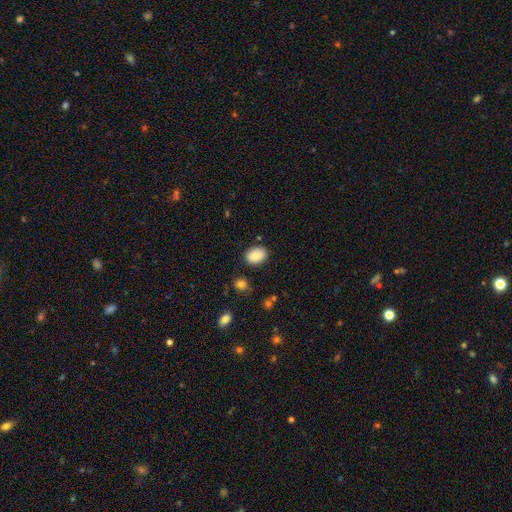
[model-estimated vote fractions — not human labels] A smooth galaxy with no disk features (88%) that is in between round and cigar-shaped (77%).

Vote fractions:
- Smooth or featured? smooth: 88% / star or artifact: 8% / featured or disk: 4%
- How rounded? in between: 77% / round: 22% / cigar-shaped: 1%
- Merging? none: 83% / minor disturbance: 12% / major disturbance: 3% / merger: 2%